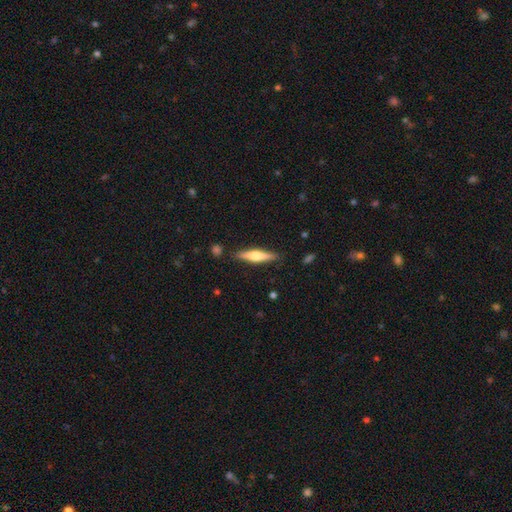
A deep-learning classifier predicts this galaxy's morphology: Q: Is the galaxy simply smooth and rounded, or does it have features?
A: featured or disk — 54%.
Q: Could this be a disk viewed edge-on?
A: yes — 96%.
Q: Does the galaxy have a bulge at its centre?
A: rounded — 90%.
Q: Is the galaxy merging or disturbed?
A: none — 87%.